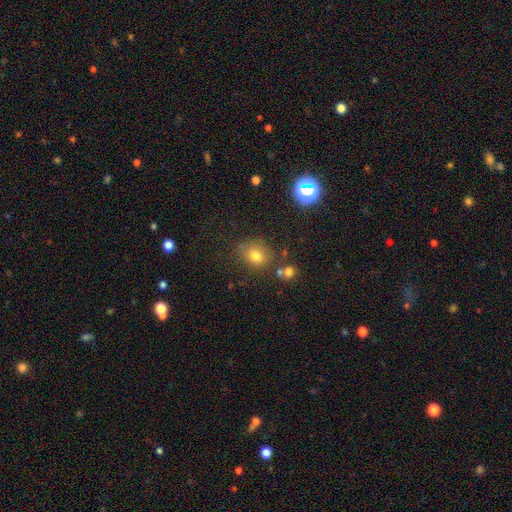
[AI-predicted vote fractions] Overall: smooth (76%). How rounded: round (67%; in between 32%). Merging: none (71%).